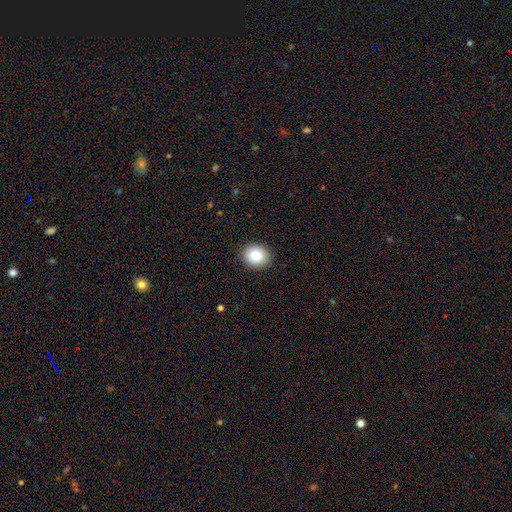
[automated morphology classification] Q: Smooth or featured?
A: smooth (80%); runner-up: star or artifact (10%)
Q: How rounded?
A: round (73%); runner-up: in between (26%)
Q: Merging?
A: none (90%); runner-up: minor disturbance (7%)